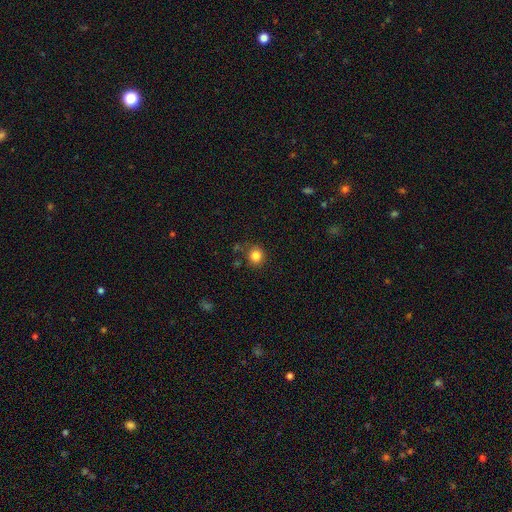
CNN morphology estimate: type=smooth (84%); roundness=round (88%); merging=none (82%).